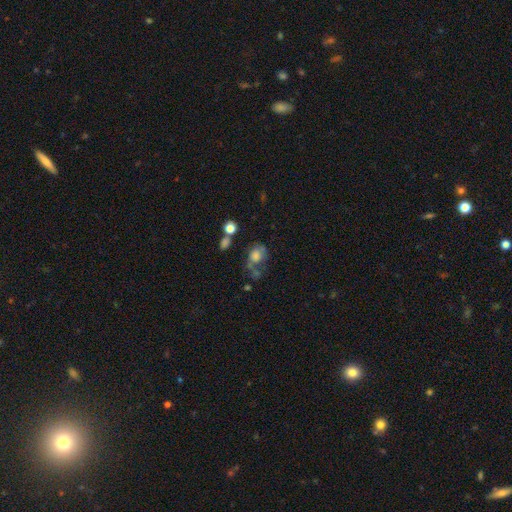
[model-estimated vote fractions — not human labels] Smooth or featured? smooth (62%)
How rounded? in between (52%)
Merging? none (31%)